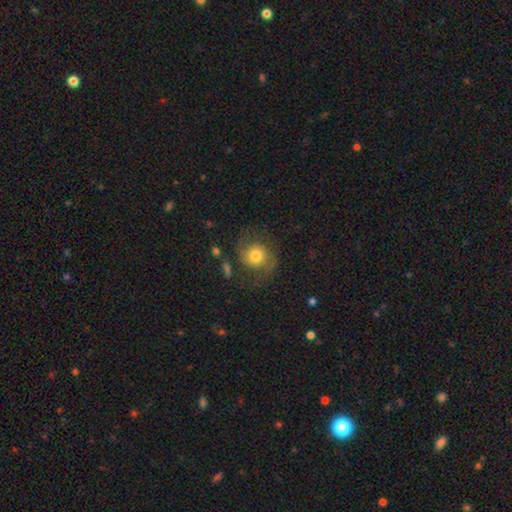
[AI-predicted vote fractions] A featured or disk galaxy (56%) with no bar (76%), spiral arms (87%) and a moderate central bulge (61%). Merging: none (61%).